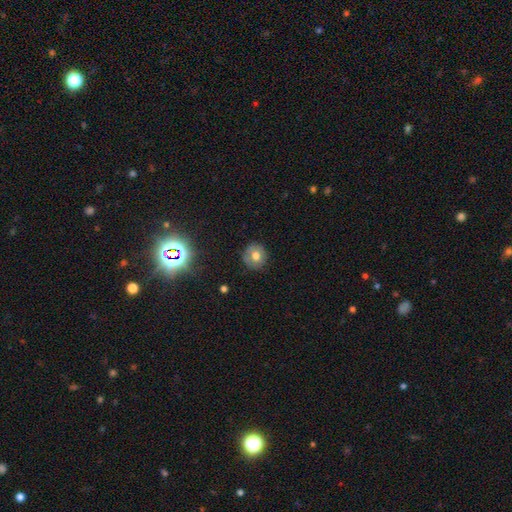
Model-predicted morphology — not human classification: Smooth or featured?
  - smooth: 70% *
  - featured or disk: 17%
  - star or artifact: 13%
How rounded?
  - round: 91% *
  - in between: 8%
  - cigar-shaped: 1%
Merging?
  - none: 83% *
  - minor disturbance: 13%
  - major disturbance: 3%
  - merger: 1%